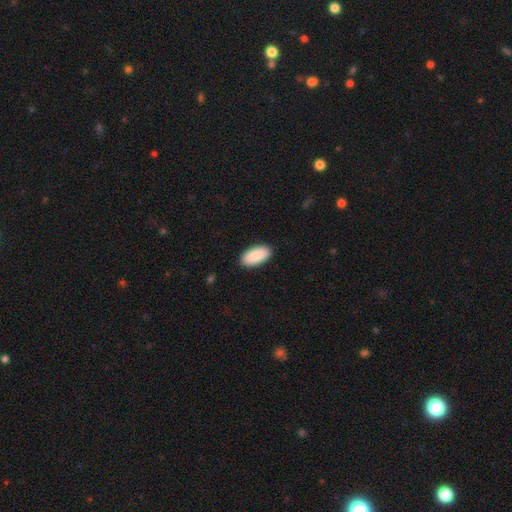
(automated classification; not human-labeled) smooth-or-featured: smooth: 89% | star or artifact: 6% | featured or disk: 5%
  how-rounded: in between: 92% | cigar-shaped: 6% | round: 2%
  merging: none: 90% | minor disturbance: 8% | major disturbance: 2% | merger: 1%